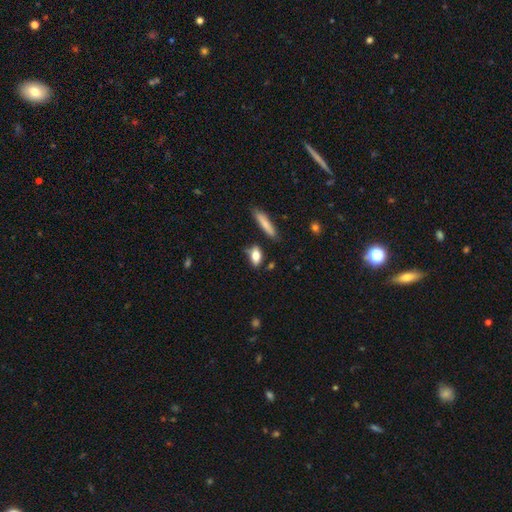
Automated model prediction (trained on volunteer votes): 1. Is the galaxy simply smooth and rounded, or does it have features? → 75% smooth, 17% featured or disk, 8% star or artifact.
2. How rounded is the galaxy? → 74% in between, 18% cigar-shaped, 8% round.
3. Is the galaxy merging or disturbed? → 71% none, 18% minor disturbance, 7% merger, 4% major disturbance.